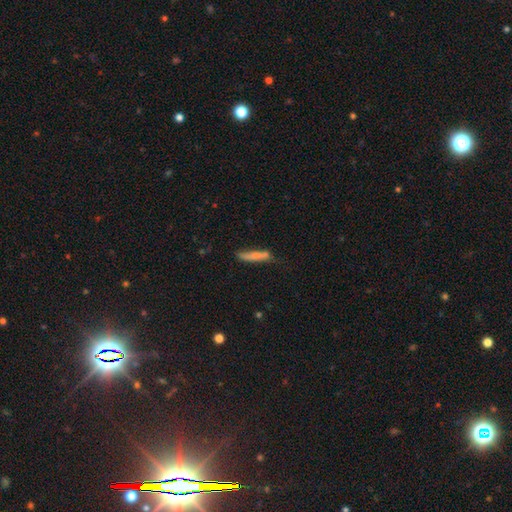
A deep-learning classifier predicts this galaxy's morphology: Overall: smooth (76%). How rounded: cigar-shaped (89%). Merging: none (64%).